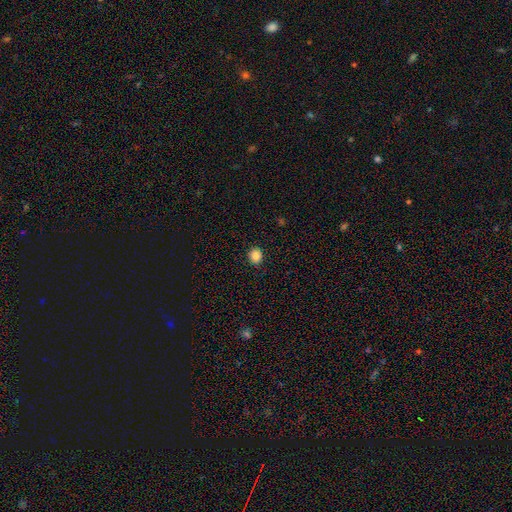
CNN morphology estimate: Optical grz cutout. It shows a smooth galaxy with no disk features (84%) that is round (80%). Merging: none (91%).